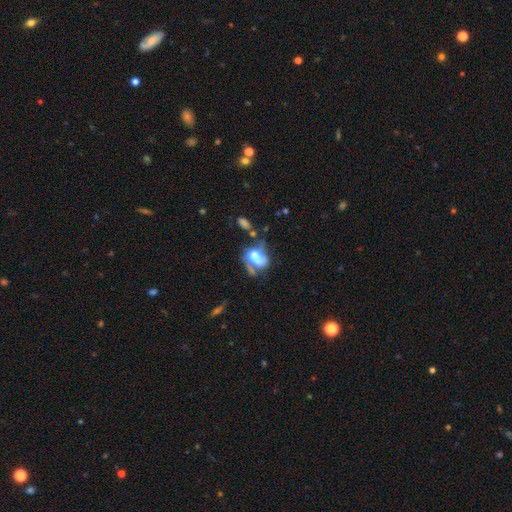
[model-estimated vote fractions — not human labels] A smooth galaxy with no disk features (52%) that is in between round and cigar-shaped (78%).

Vote fractions:
- Smooth or featured? smooth: 52% / featured or disk: 37% / star or artifact: 11%
- How rounded? in between: 78% / round: 20% / cigar-shaped: 2%
- Merging? merger: 32% / major disturbance: 28% / none: 22% / minor disturbance: 19%